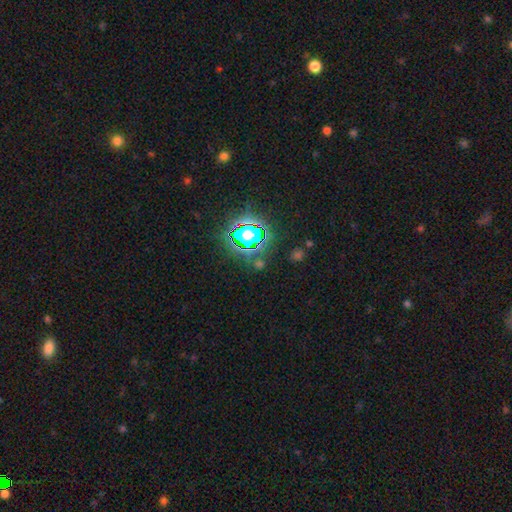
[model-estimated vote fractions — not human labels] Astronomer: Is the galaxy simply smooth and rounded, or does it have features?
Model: star or artifact — 82%.